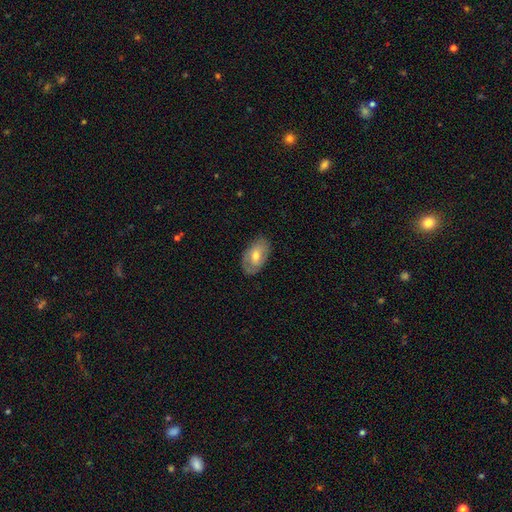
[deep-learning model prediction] This is possibly a smooth galaxy (54%). How rounded: clearly in between (91%). Merging: likely none (78%).